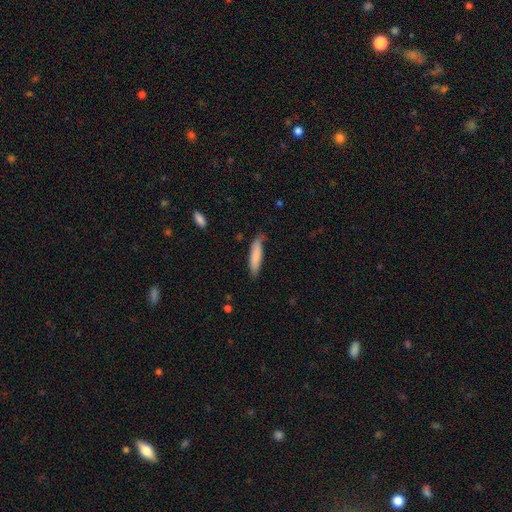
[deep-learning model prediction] Smooth or featured? smooth (82%)
How rounded? cigar-shaped (79%)
Merging? none (72%)